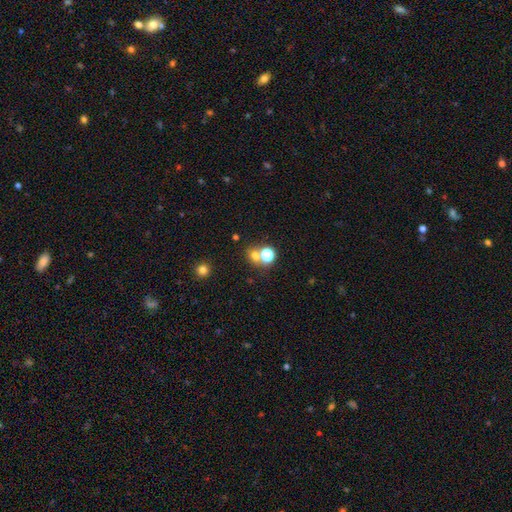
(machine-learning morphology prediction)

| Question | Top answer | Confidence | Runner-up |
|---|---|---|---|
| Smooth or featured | smooth | 60% | star or artifact (31%) |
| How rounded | round | 75% | in between (24%) |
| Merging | none | 59% | merger (29%) |